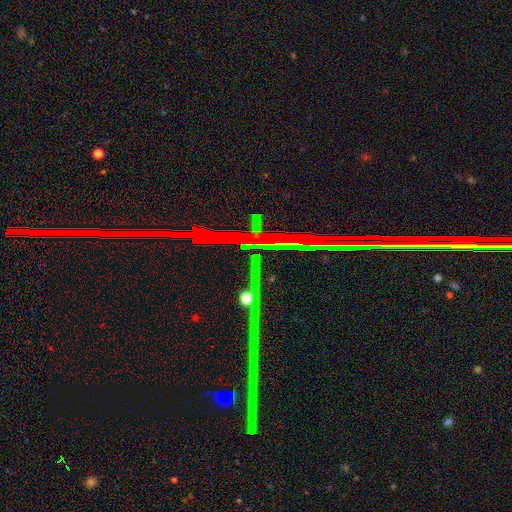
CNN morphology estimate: type=star or artifact (73%).